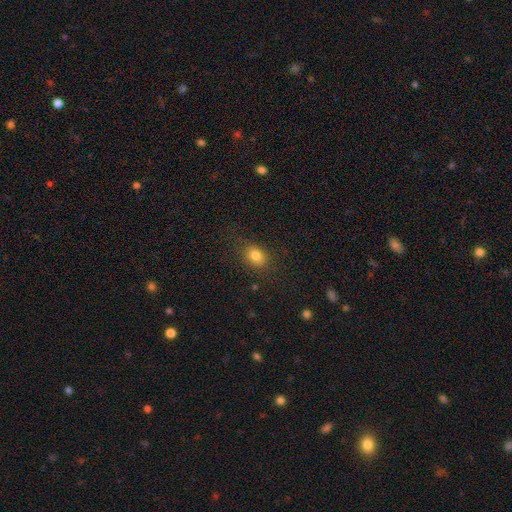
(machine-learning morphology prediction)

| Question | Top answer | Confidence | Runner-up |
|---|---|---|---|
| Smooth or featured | smooth | 81% | star or artifact (11%) |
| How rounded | in between | 64% | round (35%) |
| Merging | none | 82% | minor disturbance (13%) |